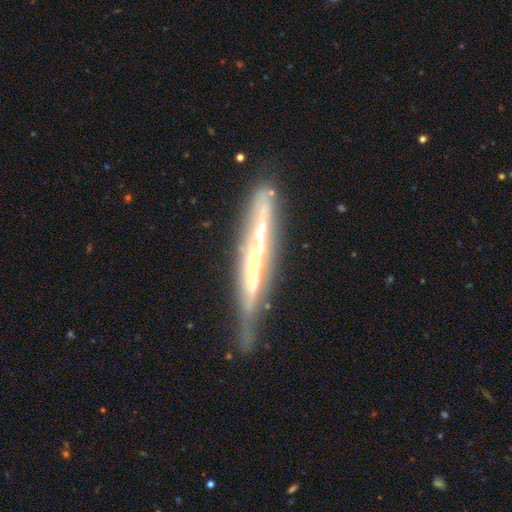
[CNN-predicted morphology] type=featured or disk (73%); edge-on=yes (88%); edge-on bulge=none (72%); merging=none (64%).